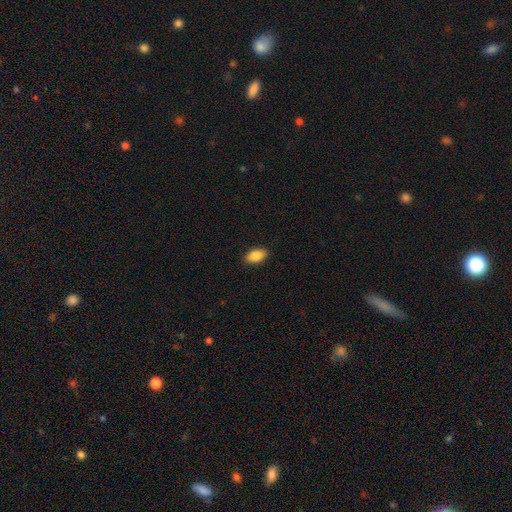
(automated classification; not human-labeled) Q: Smooth or featured?
A: smooth (88%); runner-up: star or artifact (7%)
Q: How rounded?
A: in between (92%); runner-up: round (5%)
Q: Merging?
A: none (89%); runner-up: minor disturbance (8%)